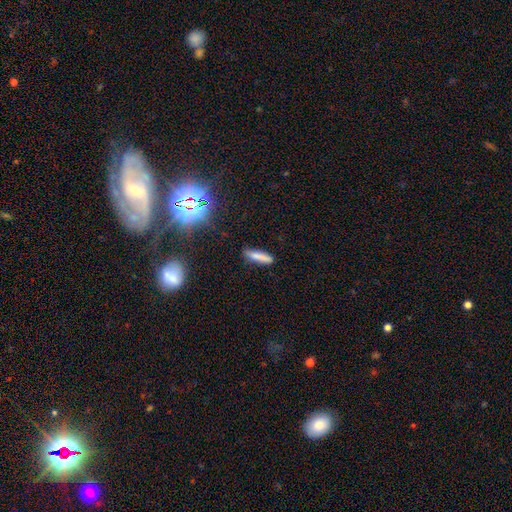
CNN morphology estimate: Smooth or featured? smooth (77%)
How rounded? cigar-shaped (79%)
Merging? none (83%)